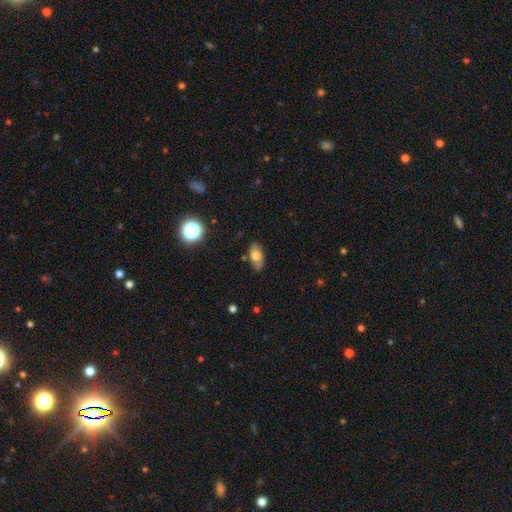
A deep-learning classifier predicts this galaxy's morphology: This appears to be a smooth galaxy with no disk features (66%) that is in between round and cigar-shaped (88%). Merging: none (80%).